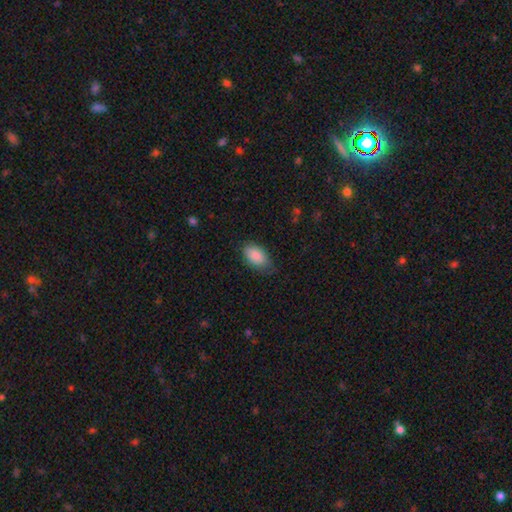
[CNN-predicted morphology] Overall: smooth (86%). How rounded: in between (93%). Merging: none (72%).